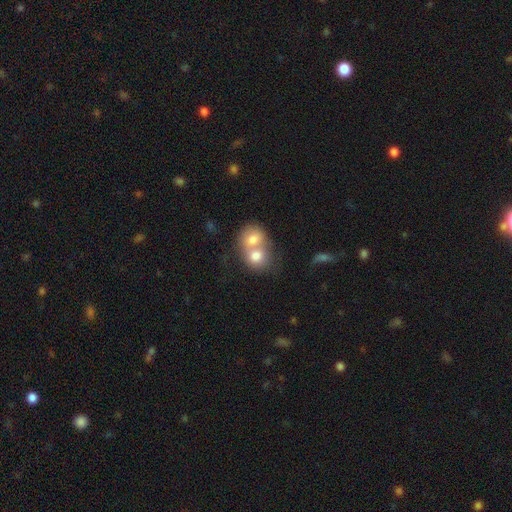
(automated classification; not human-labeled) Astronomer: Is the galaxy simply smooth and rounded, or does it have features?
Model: smooth — 72%.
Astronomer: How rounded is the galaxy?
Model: round — 67%.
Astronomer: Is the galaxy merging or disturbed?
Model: merger — 74%.